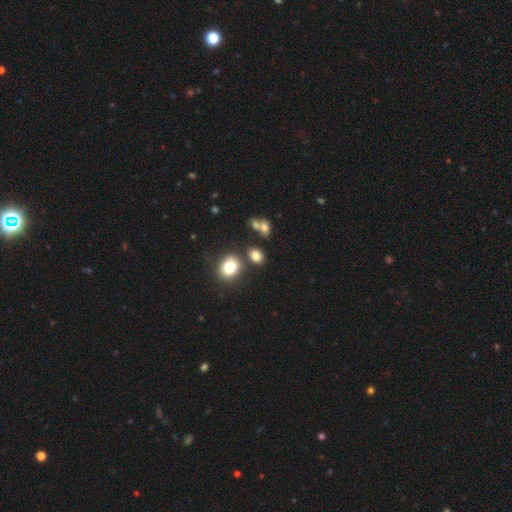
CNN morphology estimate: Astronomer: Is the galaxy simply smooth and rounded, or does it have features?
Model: smooth — 79%.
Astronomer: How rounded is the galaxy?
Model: in between — 54% (runner-up: round, 45%).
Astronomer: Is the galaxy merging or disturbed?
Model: none — 71%.